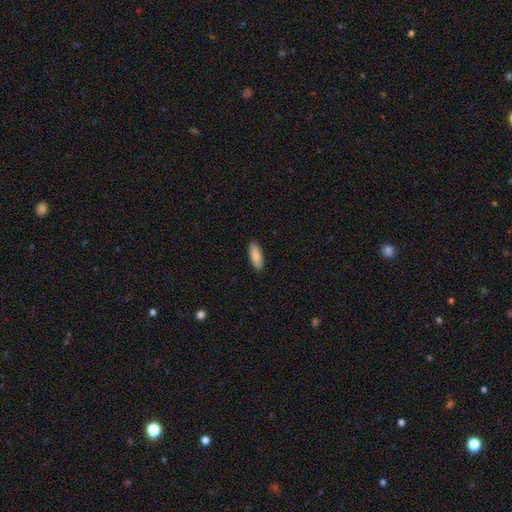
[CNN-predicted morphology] A smooth galaxy with no disk features (86%) that is in between round and cigar-shaped (72%).

Vote fractions:
- Smooth or featured? smooth: 86% / featured or disk: 8% / star or artifact: 6%
- How rounded? in between: 72% / cigar-shaped: 26% / round: 2%
- Merging? none: 90% / minor disturbance: 7% / major disturbance: 2% / merger: 1%